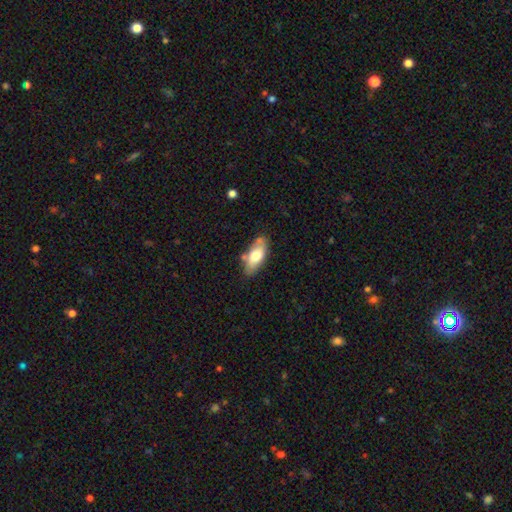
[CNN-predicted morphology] This appears to be a smooth galaxy with no disk features (67%) that is in between round and cigar-shaped (84%). Merging: none (72%).